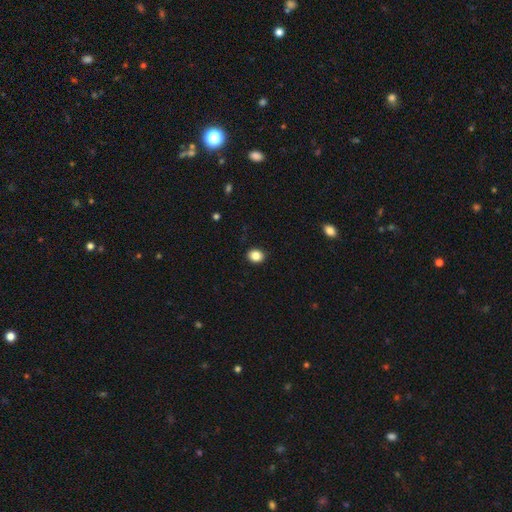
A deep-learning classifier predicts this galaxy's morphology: A smooth galaxy with no disk features (86%) that is round (63%). Merging: none (91%).